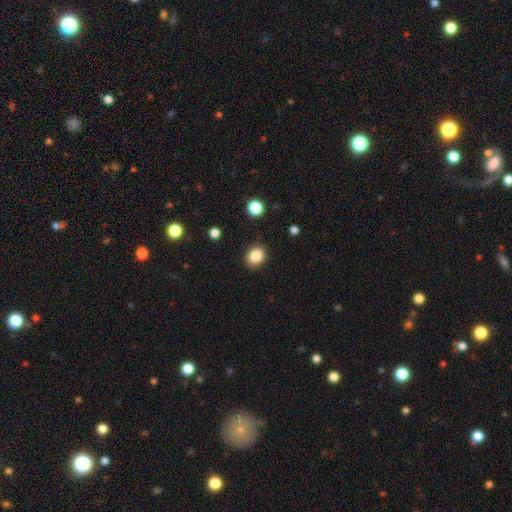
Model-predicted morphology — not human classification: Overall: smooth (85%). How rounded: round (61%; in between 38%). Merging: none (89%).